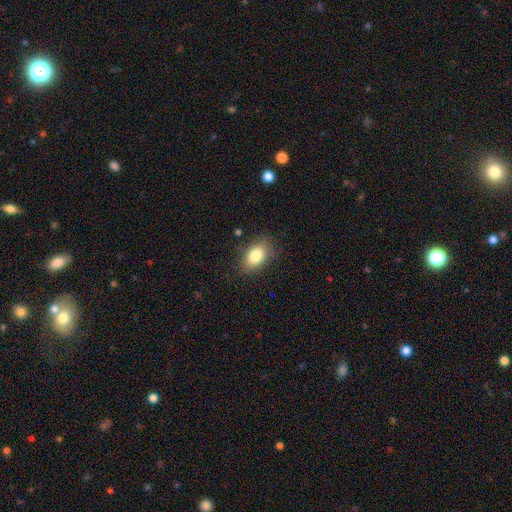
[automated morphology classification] Smooth or featured? smooth (82%)
How rounded? in between (87%)
Merging? none (82%)